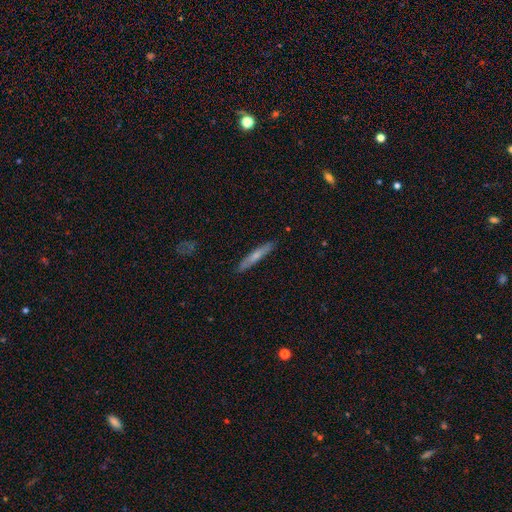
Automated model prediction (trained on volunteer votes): Q: Smooth or featured?
A: smooth (60%); runner-up: featured or disk (34%)
Q: How rounded?
A: cigar-shaped (94%); runner-up: in between (5%)
Q: Merging?
A: none (89%); runner-up: minor disturbance (9%)